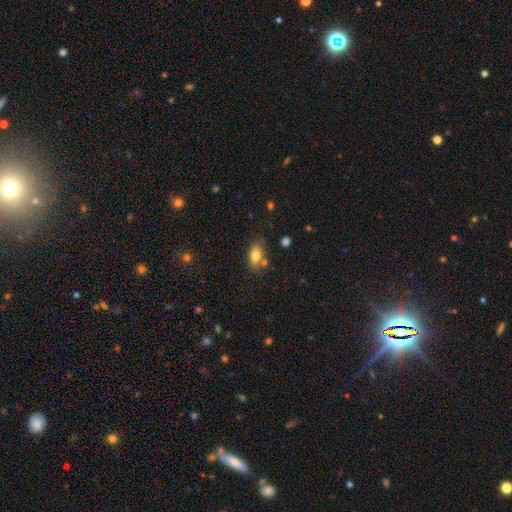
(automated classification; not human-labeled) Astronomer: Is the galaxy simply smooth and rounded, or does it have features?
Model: smooth — 77%.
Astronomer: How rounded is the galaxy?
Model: in between — 86%.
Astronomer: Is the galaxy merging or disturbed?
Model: none — 68%.